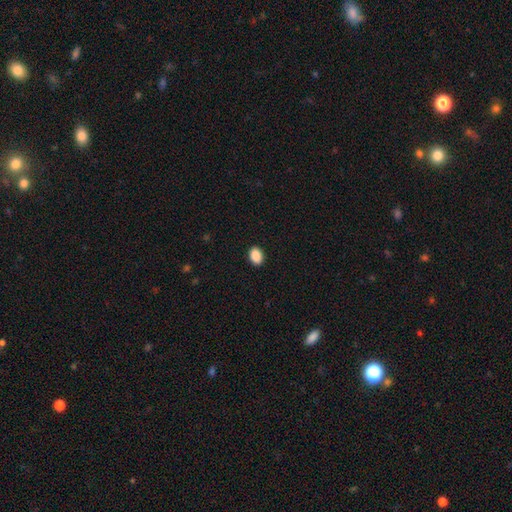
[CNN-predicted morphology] The model was most divided on "how rounded": in between: 78%, round: 21%, cigar-shaped: 1%. More confident: merging — none (91%); smooth or featured — smooth (90%).